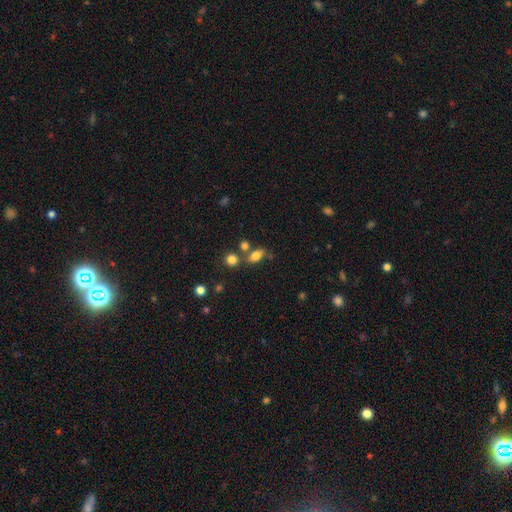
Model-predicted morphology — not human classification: smooth 76%, featured or disk 12%, star or artifact 11%. Down the decision tree: how rounded — in between (81%); merging — none (63%).